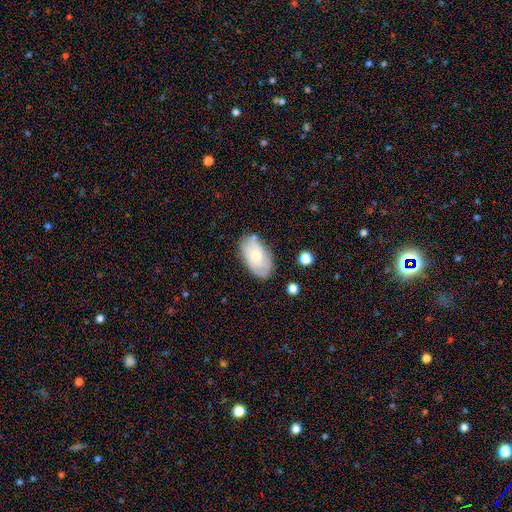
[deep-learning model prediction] smooth 52%, featured or disk 41%, star or artifact 7%. Down the decision tree: how rounded — in between (93%); merging — none (74%).